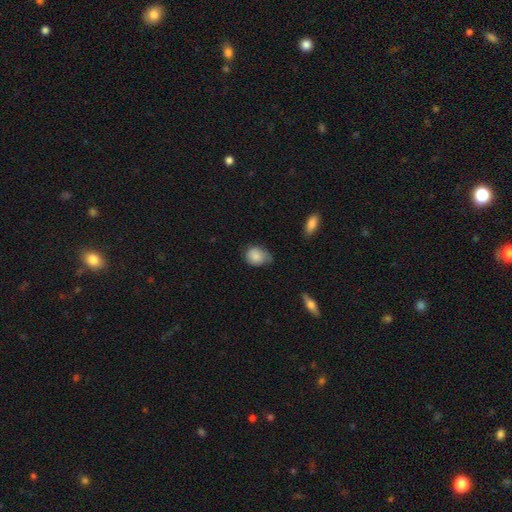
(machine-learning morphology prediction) Smooth or featured: smooth — 81% (featured or disk — 11%)
How rounded: in between — 52% (round — 47%)
Merging: minor disturbance — 45% (none — 41%)